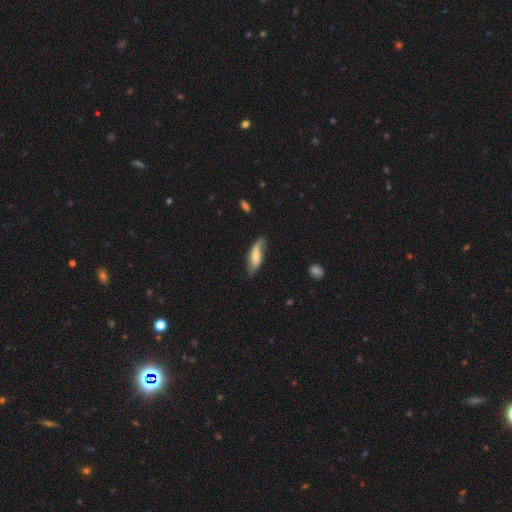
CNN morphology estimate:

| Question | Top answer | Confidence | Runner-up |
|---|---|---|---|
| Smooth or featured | featured or disk | 48% | smooth (45%) |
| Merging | none | 56% | minor disturbance (31%) |